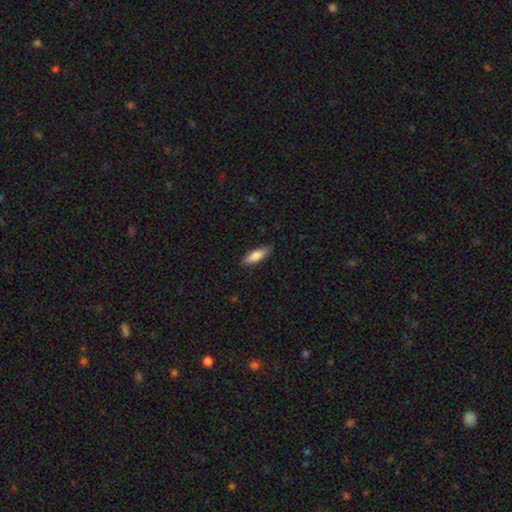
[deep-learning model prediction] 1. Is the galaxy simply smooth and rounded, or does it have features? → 81% smooth, 13% featured or disk, 6% star or artifact.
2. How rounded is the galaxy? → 51% in between, 48% cigar-shaped, 2% round.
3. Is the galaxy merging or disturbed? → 86% none, 11% minor disturbance, 2% major disturbance, 1% merger.